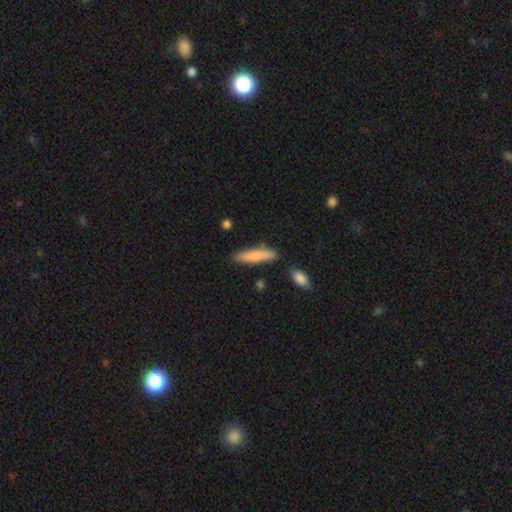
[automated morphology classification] A smooth galaxy with no disk features (78%) that is cigar-shaped (79%). Merging: none (78%).